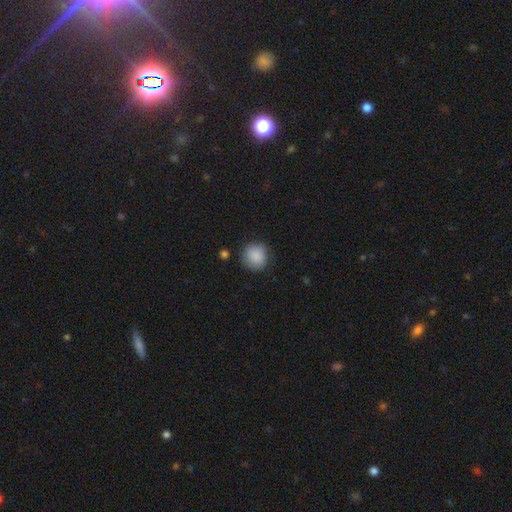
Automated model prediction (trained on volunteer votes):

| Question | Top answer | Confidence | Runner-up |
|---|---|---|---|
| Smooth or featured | smooth | 87% | star or artifact (7%) |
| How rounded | round | 89% | in between (10%) |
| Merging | none | 81% | minor disturbance (13%) |